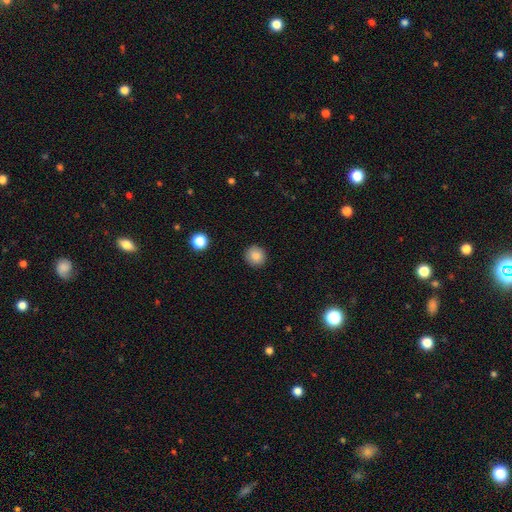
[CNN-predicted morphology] smooth 85%, star or artifact 10%, featured or disk 5%. Down the decision tree: how rounded — round (91%); merging — none (92%).